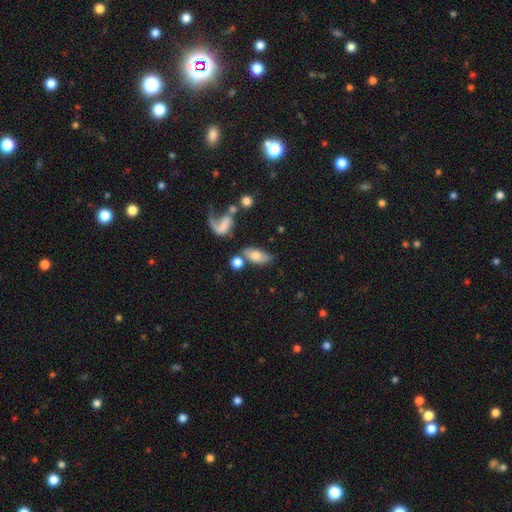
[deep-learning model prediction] Smooth or featured: smooth — 65% (featured or disk — 26%)
How rounded: in between — 86% (round — 8%)
Merging: none — 52% (merger — 20%)